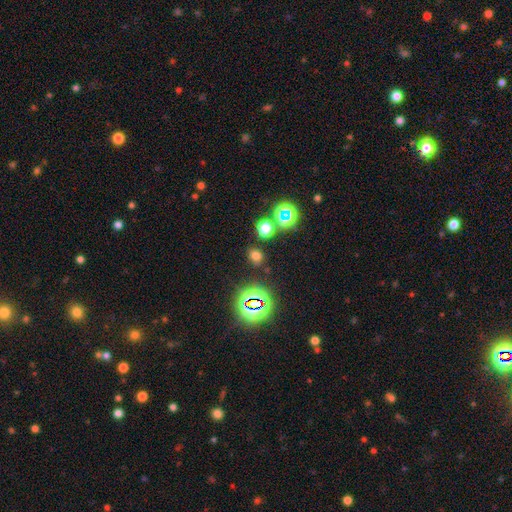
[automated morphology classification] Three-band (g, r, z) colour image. It shows a smooth galaxy with no disk features (65%) that is round (64%). Merging: none (83%).